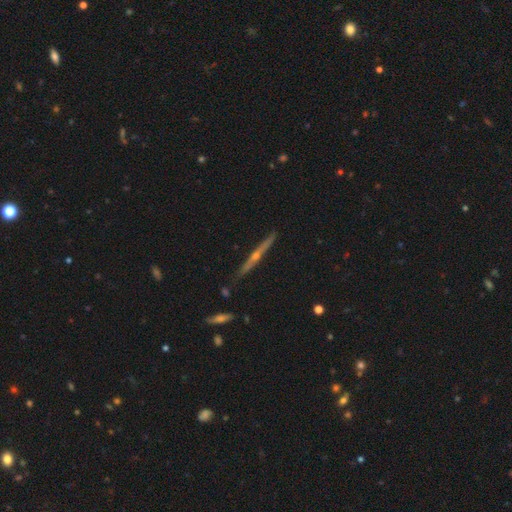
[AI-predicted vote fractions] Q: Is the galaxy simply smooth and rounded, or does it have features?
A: featured or disk — 78%.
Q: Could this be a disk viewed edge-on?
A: yes — 98%.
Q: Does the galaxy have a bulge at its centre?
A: rounded — 84%.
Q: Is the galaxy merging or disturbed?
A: none — 89%.